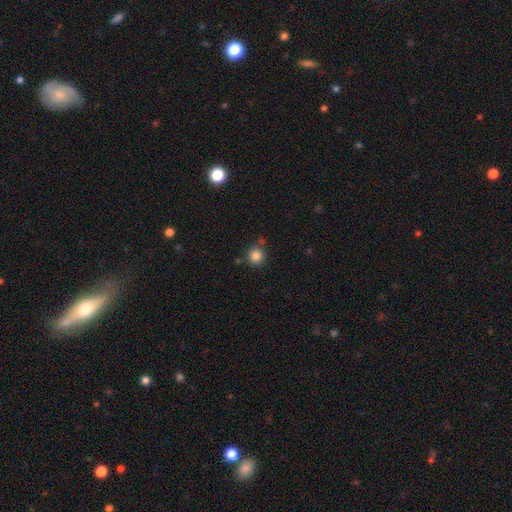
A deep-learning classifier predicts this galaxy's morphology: Smooth or featured: smooth — 85% (star or artifact — 11%)
How rounded: round — 93% (in between — 6%)
Merging: none — 79% (minor disturbance — 10%)